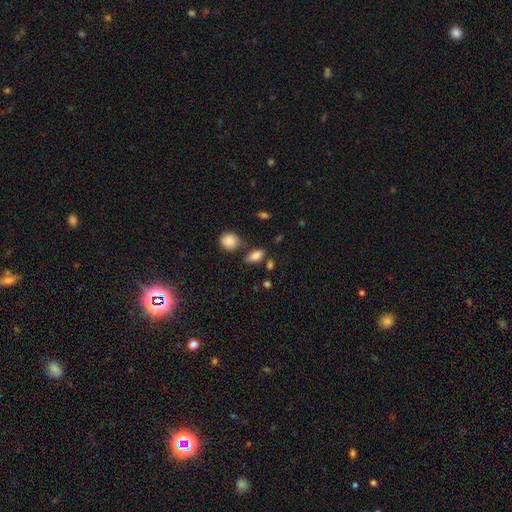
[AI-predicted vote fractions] This appears to be a smooth galaxy with no disk features (80%) that is in between round and cigar-shaped (83%). Merging: none (64%).